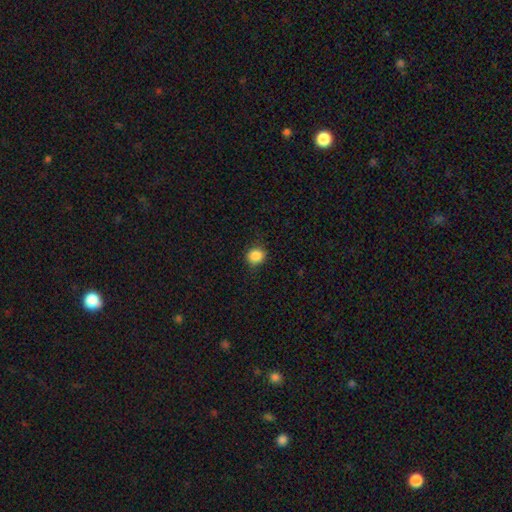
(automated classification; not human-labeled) This is clearly a smooth galaxy (87%). How rounded: likely round (76%). Merging: clearly none (84%).